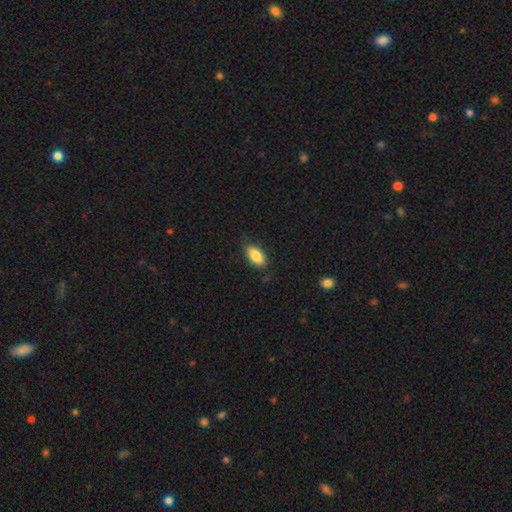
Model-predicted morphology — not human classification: The model was most divided on "merging": none: 80%, minor disturbance: 16%, major disturbance: 3%, merger: 1%. More confident: how rounded — in between (92%); smooth or featured — smooth (86%).